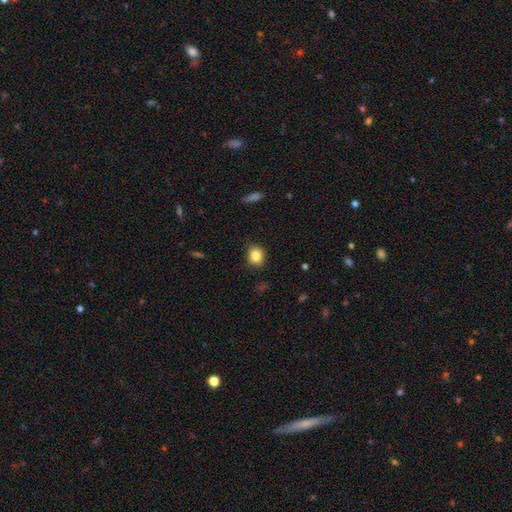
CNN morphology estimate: smooth-or-featured: smooth: 84% | star or artifact: 10% | featured or disk: 6%
  how-rounded: round: 66% | in between: 33% | cigar-shaped: 1%
  merging: none: 83% | minor disturbance: 13% | major disturbance: 3% | merger: 1%